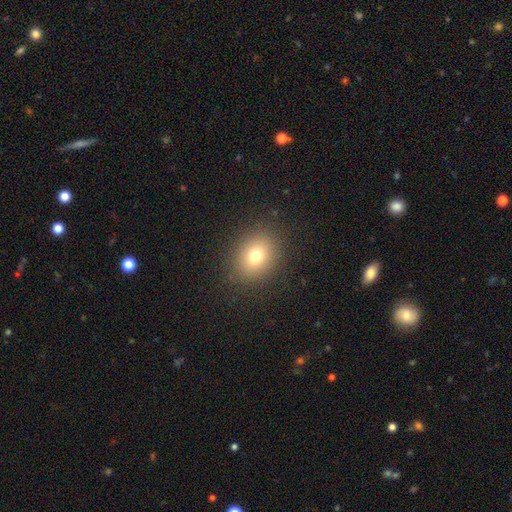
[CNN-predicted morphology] Smooth or featured? Predicted: smooth (p=0.76). How rounded? Predicted: round (p=0.52). Merging? Predicted: none (p=0.88).